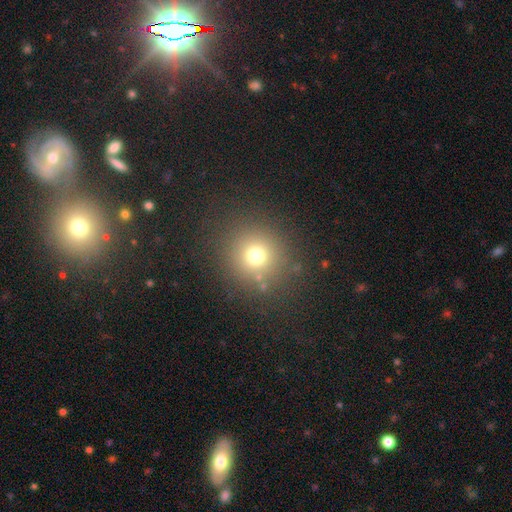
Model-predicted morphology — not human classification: Smooth or featured? Predicted: smooth (p=0.71). How rounded? Predicted: round (p=0.92). Merging? Predicted: none (p=0.85).